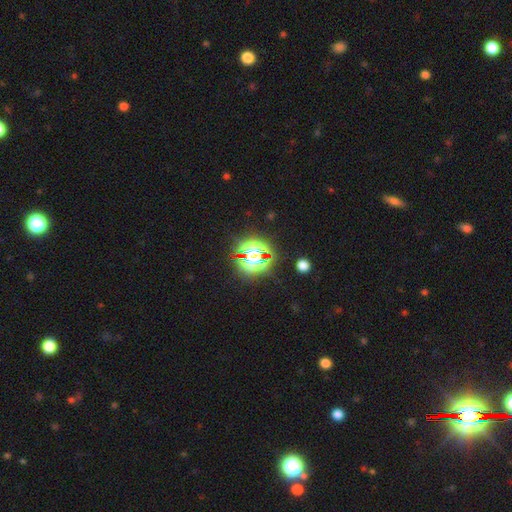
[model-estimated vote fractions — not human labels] The model was most divided on "smooth or featured": star or artifact: 74%, smooth: 16%, featured or disk: 10%.